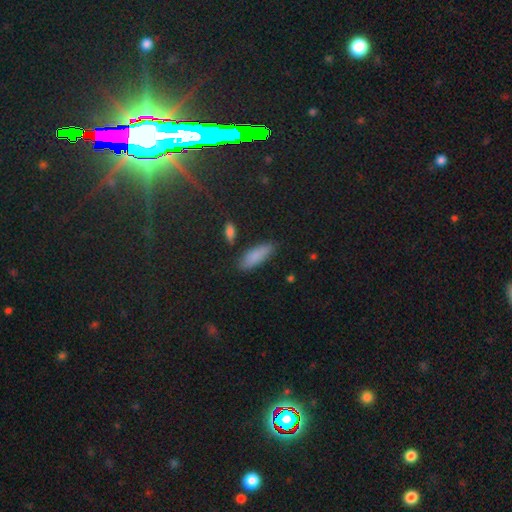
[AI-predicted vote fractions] Overall: smooth (85%). How rounded: in between (59%; cigar-shaped 39%). Merging: none (80%).